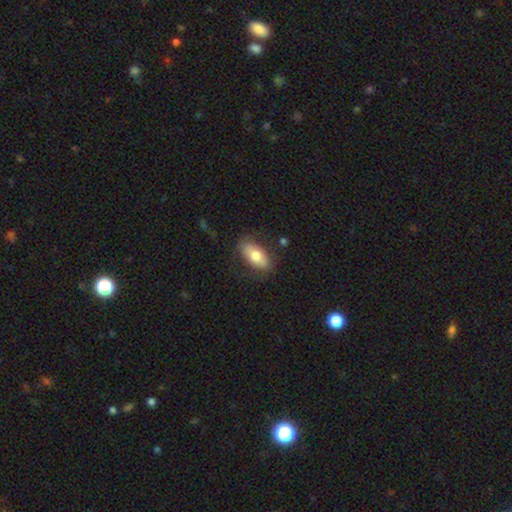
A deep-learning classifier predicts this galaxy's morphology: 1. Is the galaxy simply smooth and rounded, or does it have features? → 72% smooth, 22% featured or disk, 6% star or artifact.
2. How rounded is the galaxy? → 90% in between, 6% cigar-shaped, 4% round.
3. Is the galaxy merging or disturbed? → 78% none, 15% minor disturbance, 5% major disturbance, 2% merger.